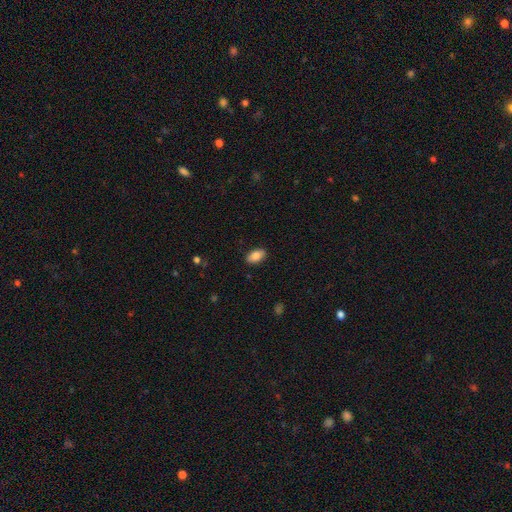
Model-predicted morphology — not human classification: A smooth galaxy with no disk features (84%) that is in between round and cigar-shaped (92%). Merging: none (89%).